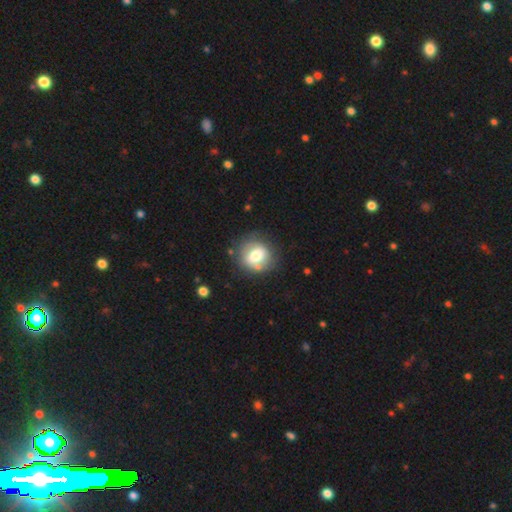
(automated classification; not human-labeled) Smooth or featured? Predicted: smooth (p=0.66). How rounded? Predicted: round (p=0.79). Merging? Predicted: none (p=0.72).